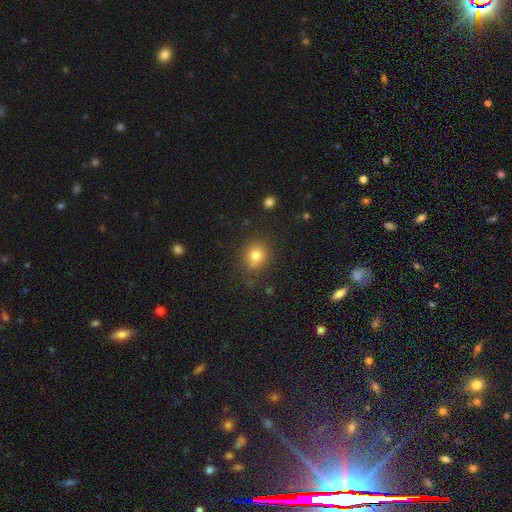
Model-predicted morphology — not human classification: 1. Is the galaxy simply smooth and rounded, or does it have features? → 81% smooth, 12% star or artifact, 7% featured or disk.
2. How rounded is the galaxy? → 74% round, 25% in between, 1% cigar-shaped.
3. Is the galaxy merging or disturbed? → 79% none, 13% minor disturbance, 4% major disturbance, 3% merger.